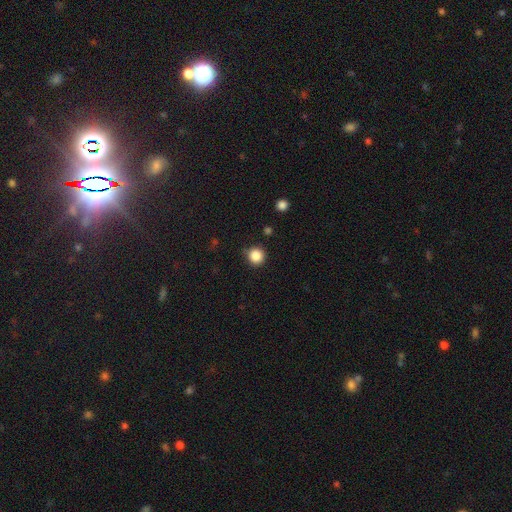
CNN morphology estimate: The model was most divided on "smooth or featured": smooth: 86%, star or artifact: 11%, featured or disk: 3%. More confident: how rounded — round (94%); merging — none (88%).